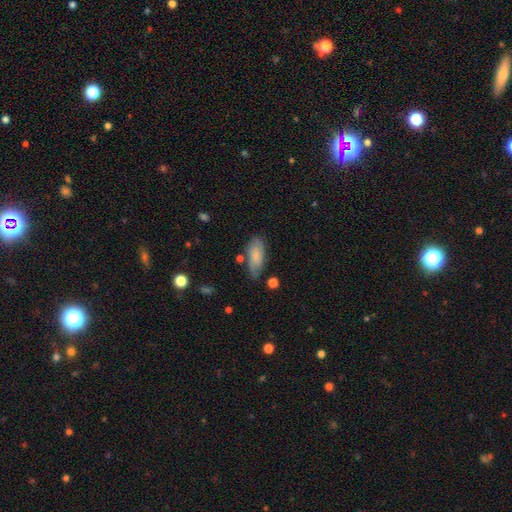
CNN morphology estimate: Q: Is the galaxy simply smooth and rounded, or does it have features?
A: smooth — 72%.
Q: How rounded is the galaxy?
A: in between — 85%.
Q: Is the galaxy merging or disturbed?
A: none — 63%.